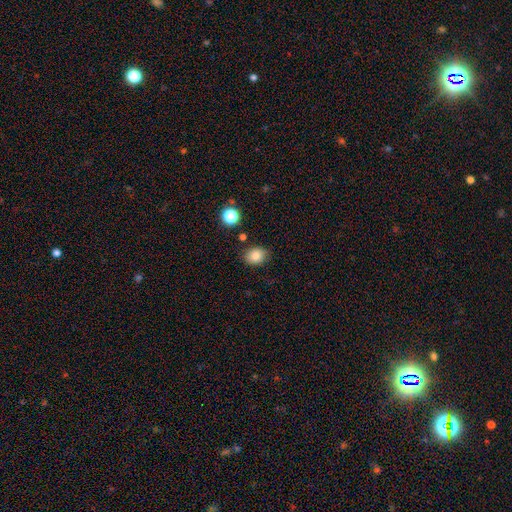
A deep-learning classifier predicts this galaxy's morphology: Overall: smooth (82%). How rounded: in between (52%; round 47%). Merging: none (84%).